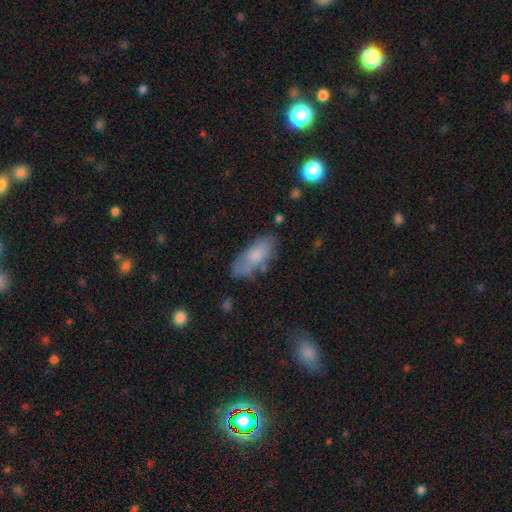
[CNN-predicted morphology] A smooth galaxy with no disk features (75%) that is in between round and cigar-shaped (78%). Merging: none (65%).